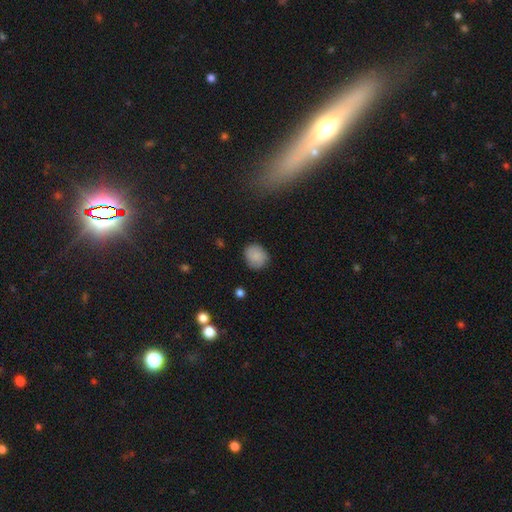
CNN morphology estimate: A smooth galaxy with no disk features (84%) that is round (75%).

Vote fractions:
- Smooth or featured? smooth: 84% / featured or disk: 8% / star or artifact: 8%
- How rounded? round: 75% / in between: 24% / cigar-shaped: 1%
- Merging? none: 82% / minor disturbance: 14% / major disturbance: 3% / merger: 1%